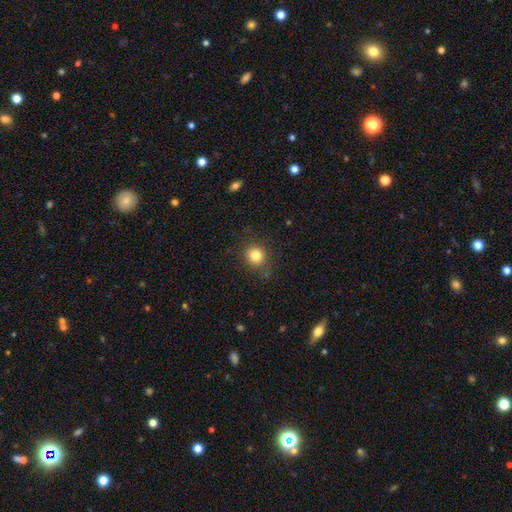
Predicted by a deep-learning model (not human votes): smooth_or_featured: smooth (p=0.82) [alt: star or artifact p=0.12]
how_rounded: round (p=0.84) [alt: in between p=0.15]
merging: none (p=0.83) [alt: minor disturbance p=0.12]